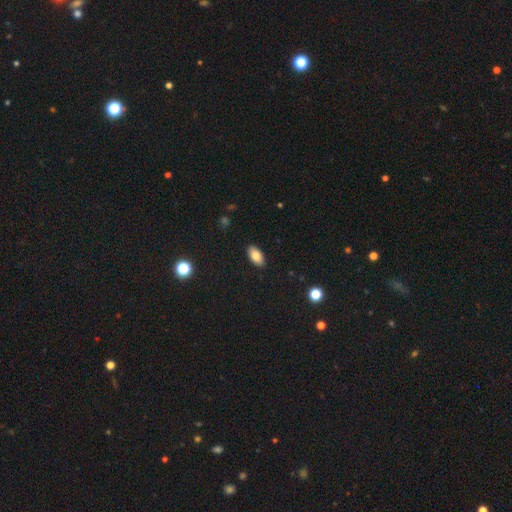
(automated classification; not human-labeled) The model was most divided on "smooth or featured": smooth: 80%, featured or disk: 12%, star or artifact: 8%. More confident: how rounded — in between (93%); merging — none (89%).